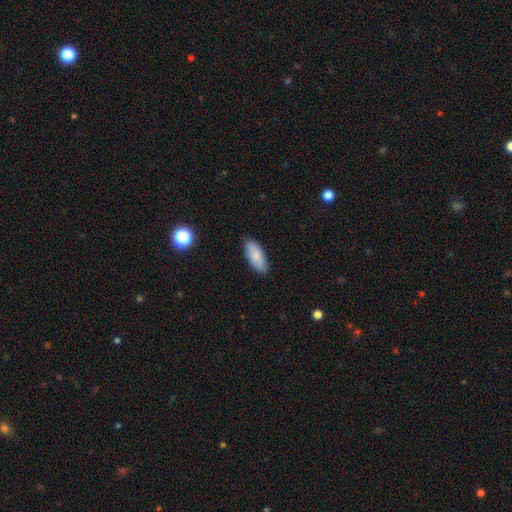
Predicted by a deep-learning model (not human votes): Smooth or featured? Predicted: smooth (p=0.84). How rounded? Predicted: in between (p=0.85). Merging? Predicted: none (p=0.87).